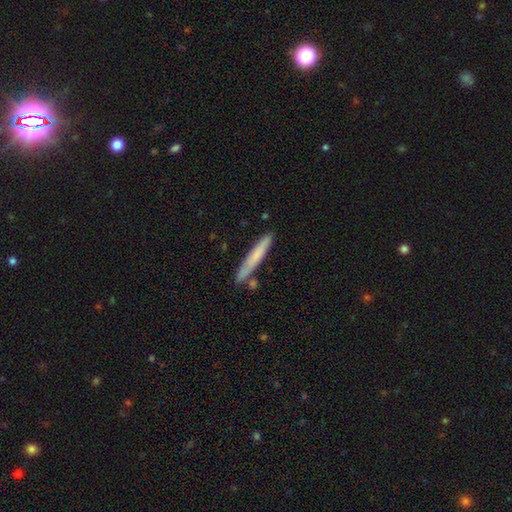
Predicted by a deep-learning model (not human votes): This appears to be a smooth galaxy with no disk features (65%) that is cigar-shaped (95%). Merging: none (80%).